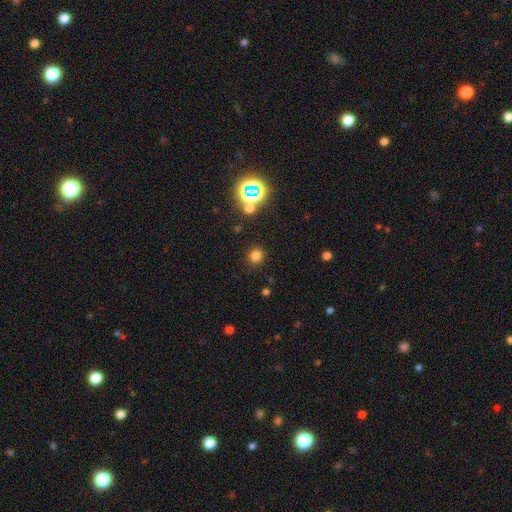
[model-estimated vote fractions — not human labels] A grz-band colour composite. It shows a smooth galaxy with no disk features (74%) that is round (91%). Merging: none (89%).